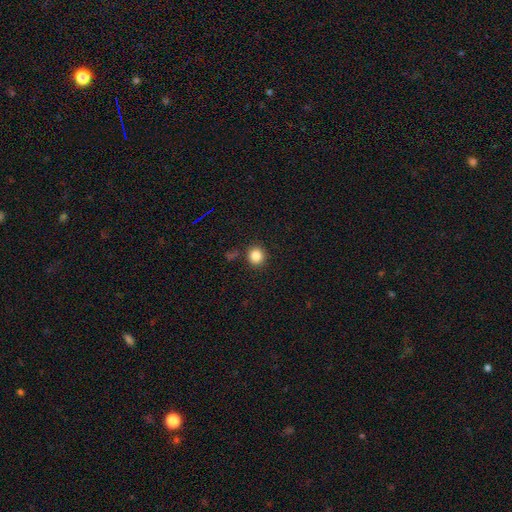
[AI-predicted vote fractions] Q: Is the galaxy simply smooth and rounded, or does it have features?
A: smooth — 84%.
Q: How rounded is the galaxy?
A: round — 88%.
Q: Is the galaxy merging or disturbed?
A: none — 86%.